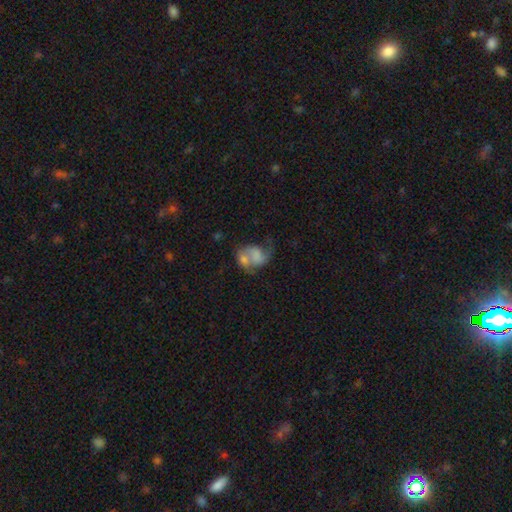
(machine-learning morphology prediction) type=smooth (47%); merging=merger (52%).